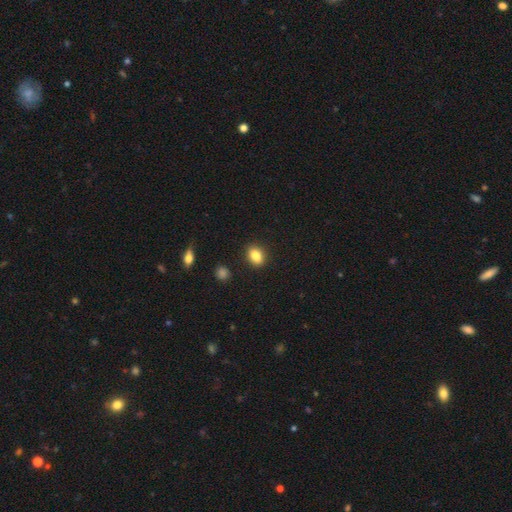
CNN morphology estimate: Smooth or featured: smooth — 85% (star or artifact — 9%)
How rounded: in between — 70% (round — 29%)
Merging: none — 89% (minor disturbance — 8%)